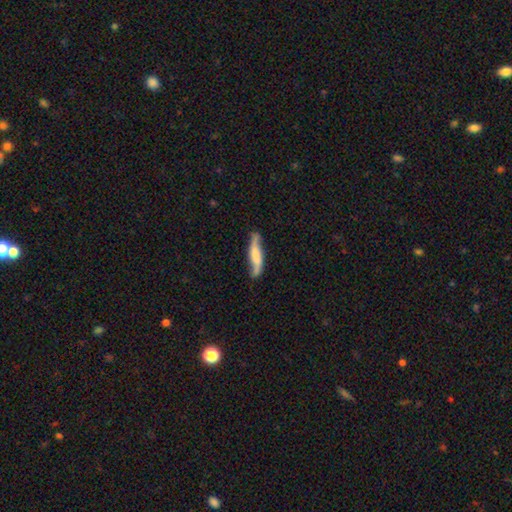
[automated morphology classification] featured or disk 57%, smooth 37%, star or artifact 6%. Down the decision tree: edge-on disk — no (61%); merging — none (68%).